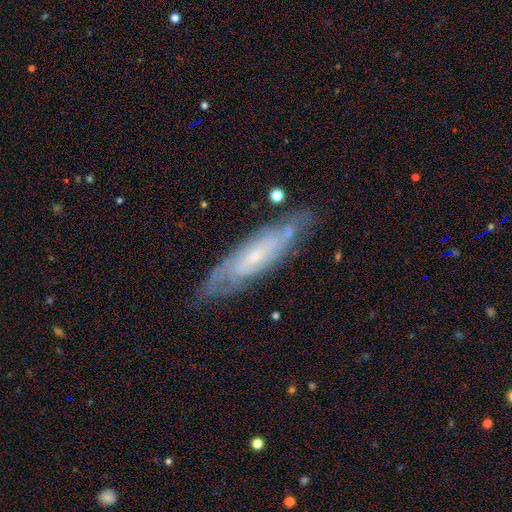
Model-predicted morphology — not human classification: Smooth or featured? Predicted: featured or disk (p=0.72). Edge-on disk? Predicted: no (p=0.71). Bar? Predicted: no (p=0.63). Spiral arms? Predicted: yes (p=0.85). Bulge size? Predicted: small (p=0.73). Merging? Predicted: none (p=0.77).